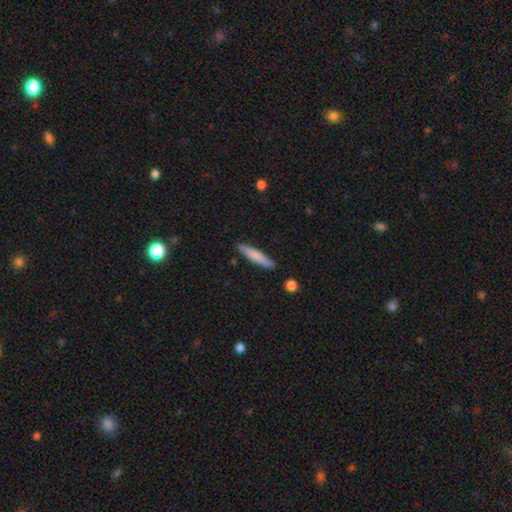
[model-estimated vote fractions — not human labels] Morphology: type=smooth (74%); roundness=cigar-shaped (90%); merging=none (87%).